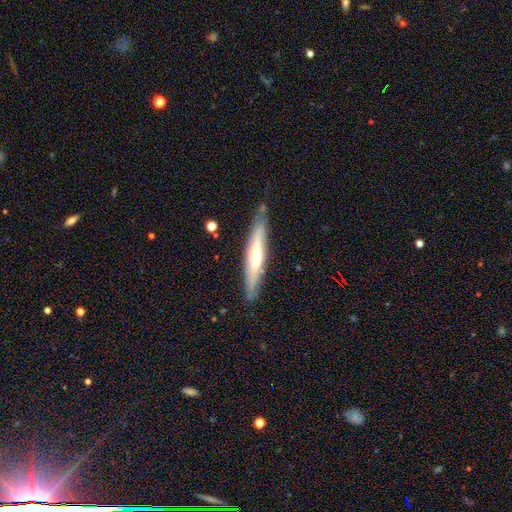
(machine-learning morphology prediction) Overall: featured or disk (63%; smooth 31%). Edge-on disk: yes (84%). Edge-on bulge: rounded (68%). Merging: none (82%).